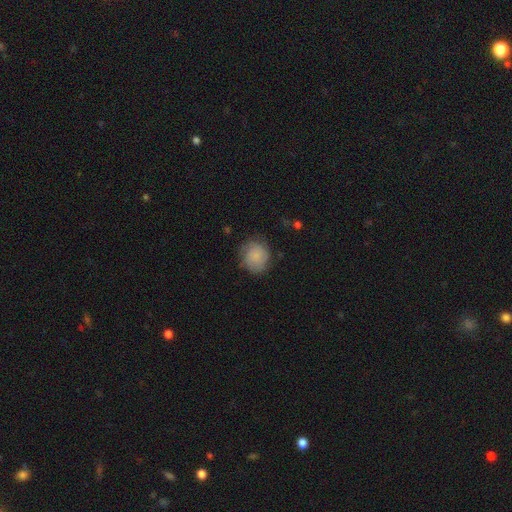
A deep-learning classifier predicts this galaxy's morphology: smooth-or-featured: smooth: 64% | featured or disk: 28% | star or artifact: 8%
  how-rounded: round: 83% | in between: 16% | cigar-shaped: 1%
  merging: none: 73% | minor disturbance: 19% | major disturbance: 6% | merger: 1%